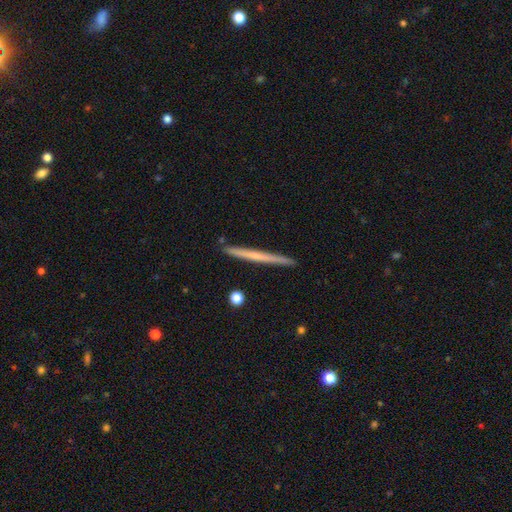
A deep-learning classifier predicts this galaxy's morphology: Smooth or featured?
  - featured or disk: 50% *
  - smooth: 45%
  - star or artifact: 6%
Merging?
  - none: 91% *
  - minor disturbance: 6%
  - merger: 1%
  - major disturbance: 1%